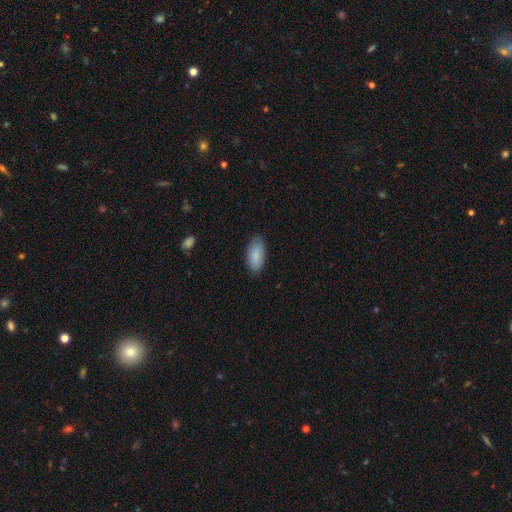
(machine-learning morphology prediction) This appears to be a smooth galaxy with no disk features (88%) that is in between round and cigar-shaped (90%). Merging: none (84%).